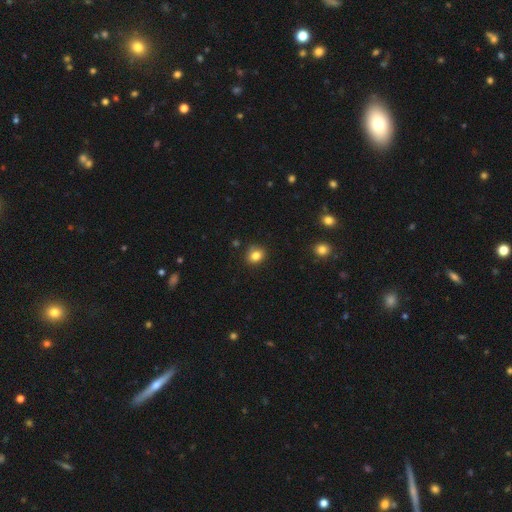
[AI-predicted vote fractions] This appears to be a smooth galaxy with no disk features (82%) that is round (76%). Merging: none (86%).